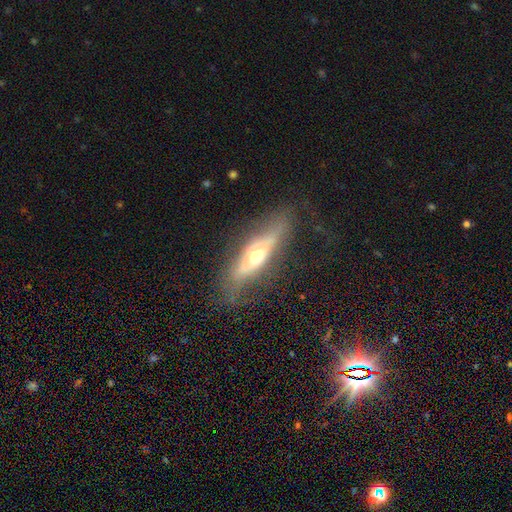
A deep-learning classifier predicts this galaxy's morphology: Overall: featured or disk (59%; smooth 34%). Edge-on disk: yes (63%; no 37%). Merging: none (58%; minor disturbance 24%).